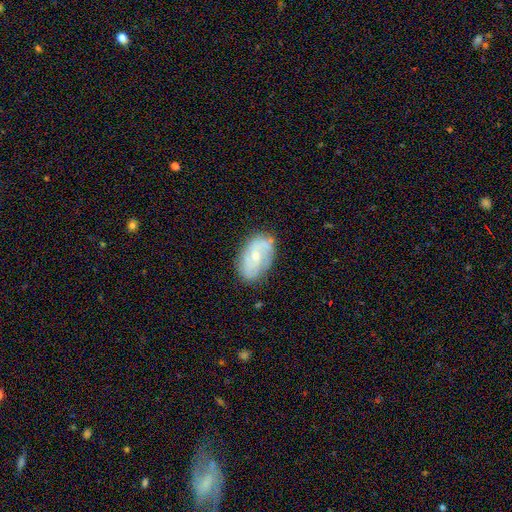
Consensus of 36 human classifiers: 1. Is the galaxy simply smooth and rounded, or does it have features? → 58% featured or disk, 36% smooth, 6% star or artifact.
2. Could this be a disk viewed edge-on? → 95% no, 5% yes.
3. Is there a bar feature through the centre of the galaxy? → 70% no, 30% weak, 0% strong.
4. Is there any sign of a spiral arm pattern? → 70% yes, 30% no.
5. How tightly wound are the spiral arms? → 50% tight, 29% loose, 21% medium.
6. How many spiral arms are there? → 43% 2, 36% can't tell, 7% 1, 7% 3, 7% 4, 0% more than 4.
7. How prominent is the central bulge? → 55% small, 40% moderate, 5% none, 0% dominant, 0% large.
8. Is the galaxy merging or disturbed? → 74% none, 21% minor disturbance, 6% major disturbance, 0% merger.